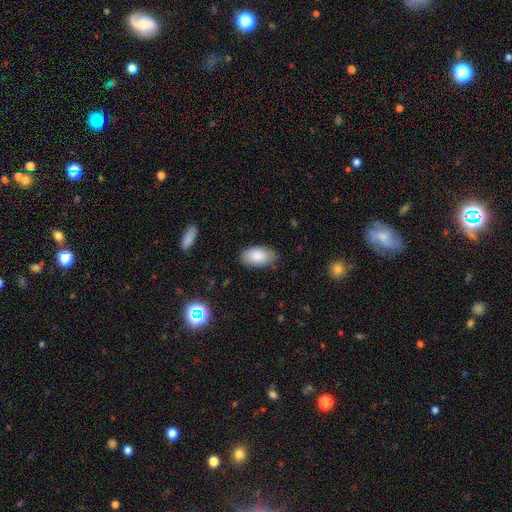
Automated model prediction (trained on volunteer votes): A smooth galaxy with no disk features (86%) that is in between round and cigar-shaped (95%). Merging: none (82%).